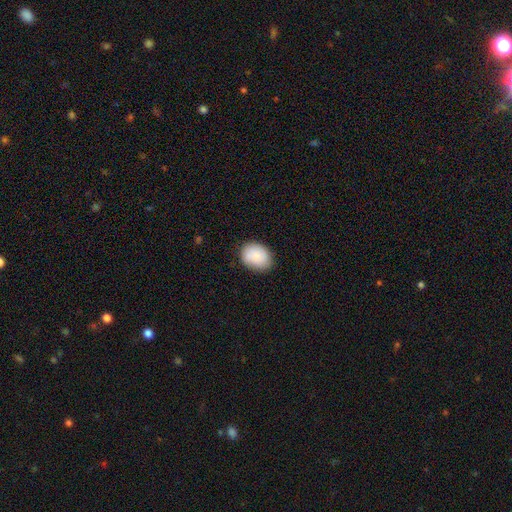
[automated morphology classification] This appears to be a smooth galaxy with no disk features (85%) that is in between round and cigar-shaped (64%). Merging: none (81%).